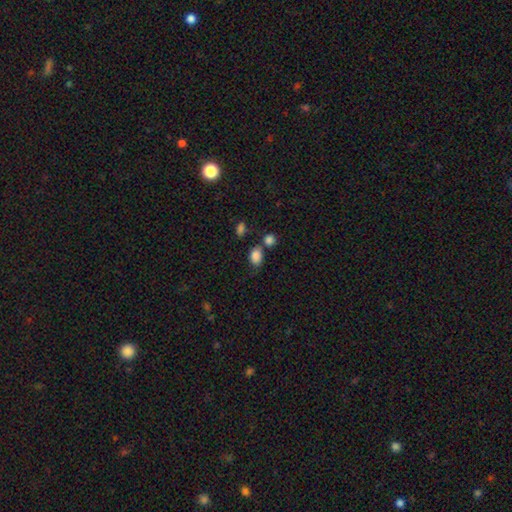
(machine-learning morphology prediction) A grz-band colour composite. It shows a smooth galaxy with no disk features (84%) that is in between round and cigar-shaped (73%). Merging: none (56%).